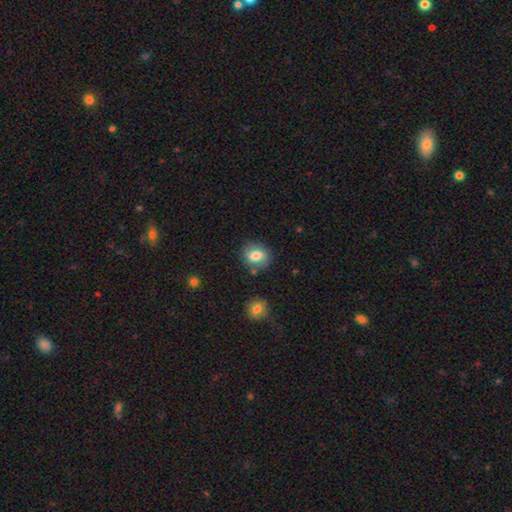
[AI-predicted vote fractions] smooth-or-featured: smooth: 76% | featured or disk: 15% | star or artifact: 9%
  how-rounded: round: 63% | in between: 36% | cigar-shaped: 1%
  merging: none: 76% | minor disturbance: 15% | merger: 5% | major disturbance: 4%